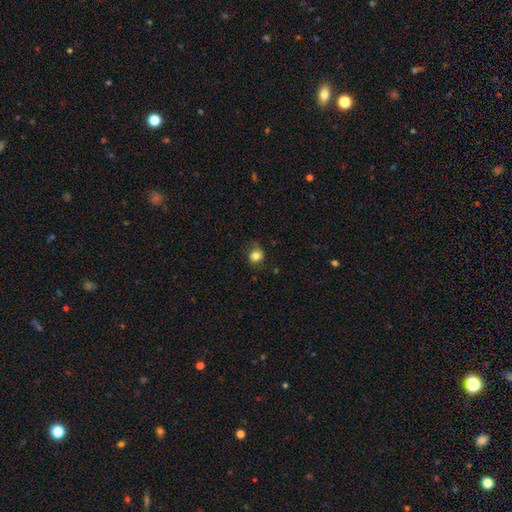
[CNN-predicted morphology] A smooth galaxy with no disk features (82%) that is round (79%). Merging: none (74%).